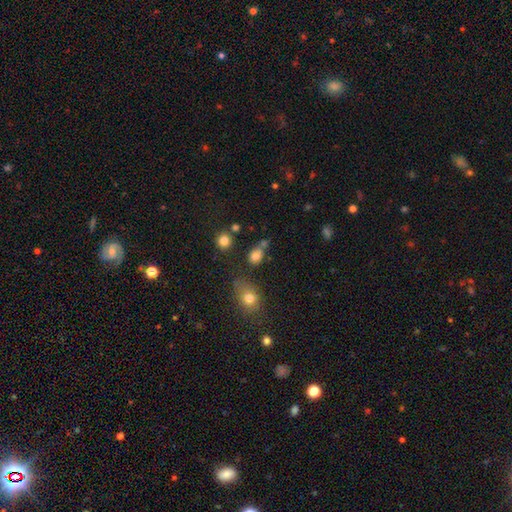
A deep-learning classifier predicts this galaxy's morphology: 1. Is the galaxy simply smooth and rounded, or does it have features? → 78% smooth, 14% star or artifact, 8% featured or disk.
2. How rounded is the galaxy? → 53% round, 45% in between, 2% cigar-shaped.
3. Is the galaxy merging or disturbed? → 55% none, 20% merger, 17% minor disturbance, 7% major disturbance.